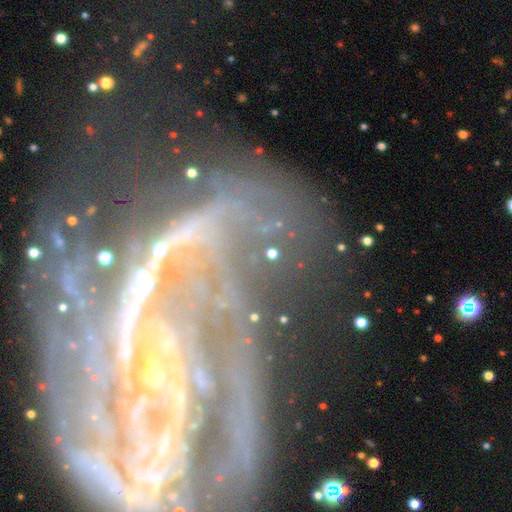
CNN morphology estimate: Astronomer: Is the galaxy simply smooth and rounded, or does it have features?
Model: featured or disk — 79%.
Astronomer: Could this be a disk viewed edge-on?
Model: no — 95%.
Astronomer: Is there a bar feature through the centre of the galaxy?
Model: no — 44% (runner-up: weak, 28%).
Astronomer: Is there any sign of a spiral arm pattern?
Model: yes — 91%.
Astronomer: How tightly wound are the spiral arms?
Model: tight — 47% (runner-up: medium, 36%).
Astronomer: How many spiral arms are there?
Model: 2 — 26% (runner-up: can't tell, 22%).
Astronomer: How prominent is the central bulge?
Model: small — 60%.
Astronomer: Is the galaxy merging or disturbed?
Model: none — 50%.